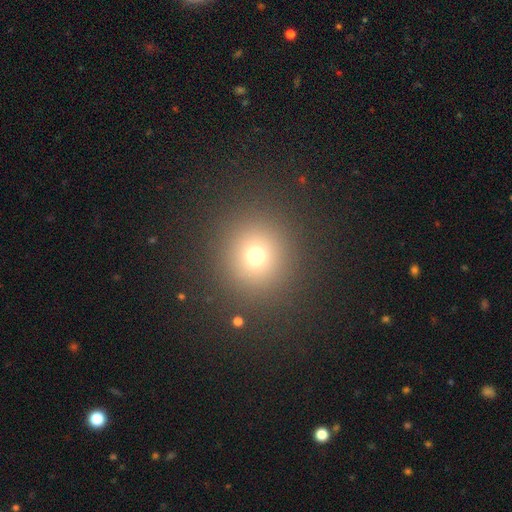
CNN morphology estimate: Smooth or featured? smooth (70%)
How rounded? round (91%)
Merging? none (88%)